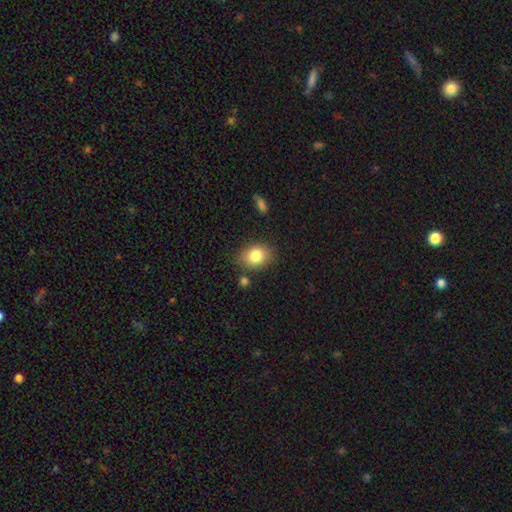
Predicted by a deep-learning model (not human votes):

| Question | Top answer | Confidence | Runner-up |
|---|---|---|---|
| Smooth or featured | smooth | 84% | star or artifact (9%) |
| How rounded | in between | 56% | round (43%) |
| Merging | none | 79% | minor disturbance (13%) |